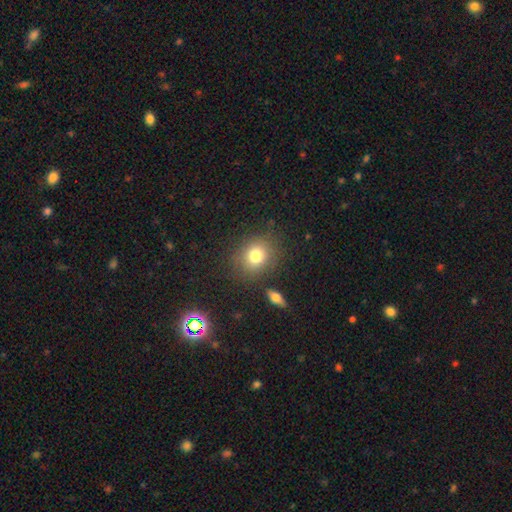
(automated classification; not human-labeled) Smooth or featured?
  - smooth: 79% *
  - star or artifact: 12%
  - featured or disk: 9%
How rounded?
  - round: 68% *
  - in between: 31%
  - cigar-shaped: 1%
Merging?
  - none: 82% *
  - minor disturbance: 10%
  - major disturbance: 4%
  - merger: 4%